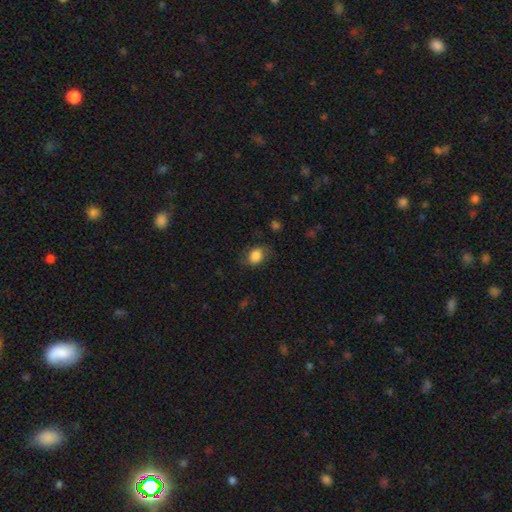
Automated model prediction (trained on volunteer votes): A smooth galaxy with no disk features (81%) that is in between round and cigar-shaped (60%).

Vote fractions:
- Smooth or featured? smooth: 81% / featured or disk: 10% / star or artifact: 8%
- How rounded? in between: 60% / round: 39% / cigar-shaped: 1%
- Merging? none: 66% / minor disturbance: 24% / major disturbance: 10% / merger: 1%